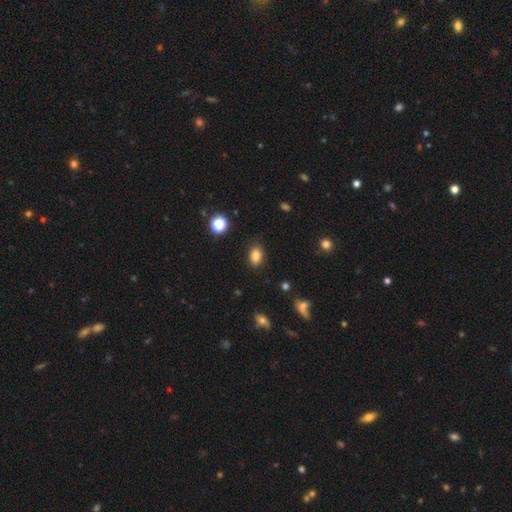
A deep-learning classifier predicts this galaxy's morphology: smooth_or_featured: smooth (p=0.84) [alt: star or artifact p=0.11]
how_rounded: in between (p=0.84) [alt: round p=0.14]
merging: none (p=0.87) [alt: minor disturbance p=0.09]